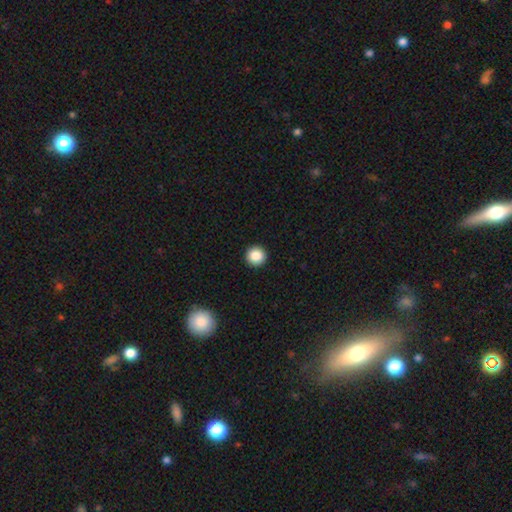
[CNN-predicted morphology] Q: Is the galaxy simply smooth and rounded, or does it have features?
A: smooth — 86%.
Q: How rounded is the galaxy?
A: round — 96%.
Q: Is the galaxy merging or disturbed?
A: none — 93%.